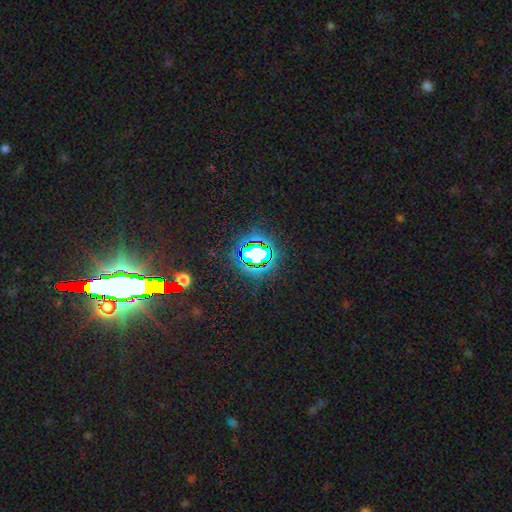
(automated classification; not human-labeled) A star or artifact, not a galaxy (74%).

Vote fractions:
- Smooth or featured? star or artifact: 74% / smooth: 16% / featured or disk: 10%